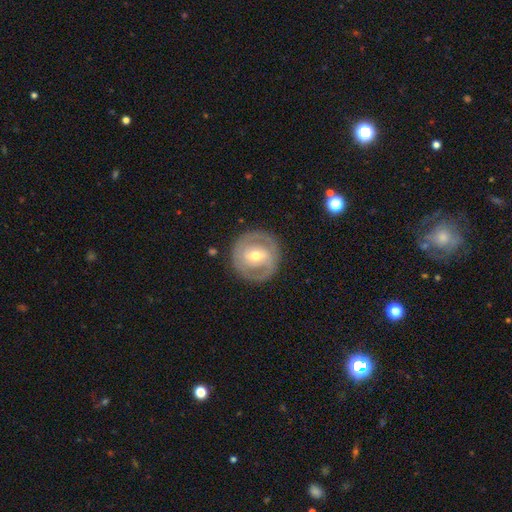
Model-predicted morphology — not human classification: A featured or disk galaxy (70%) with a weak bar (45%), spiral arms (61%) and a moderate central bulge (64%). Merging: none (86%).